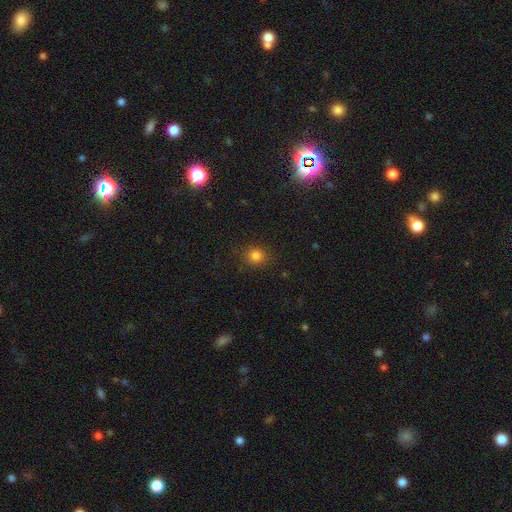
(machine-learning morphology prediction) Smooth or featured? Predicted: smooth (p=0.82). How rounded? Predicted: round (p=0.84). Merging? Predicted: none (p=0.87).